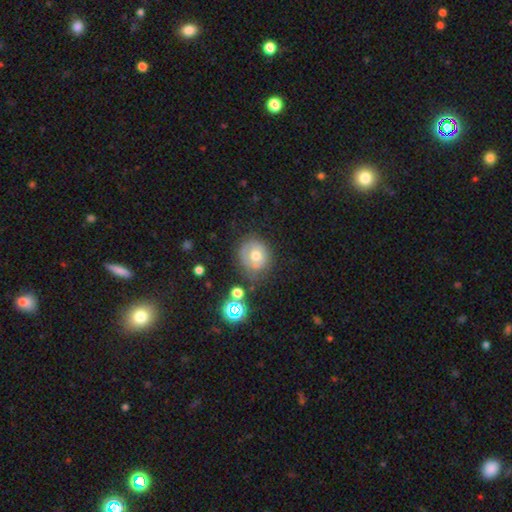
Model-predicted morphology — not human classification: This is likely a smooth galaxy (61%). How rounded: likely round (76%). Merging: possibly none (57%).